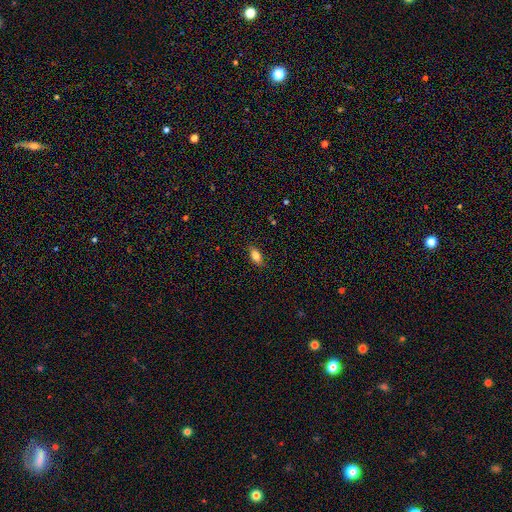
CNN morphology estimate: Overall: smooth (81%). How rounded: in between (86%). Merging: none (84%).